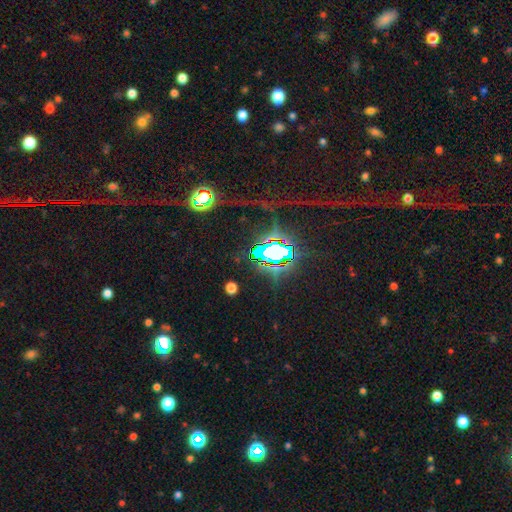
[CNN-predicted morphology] star or artifact 82%, smooth 10%, featured or disk 9%.